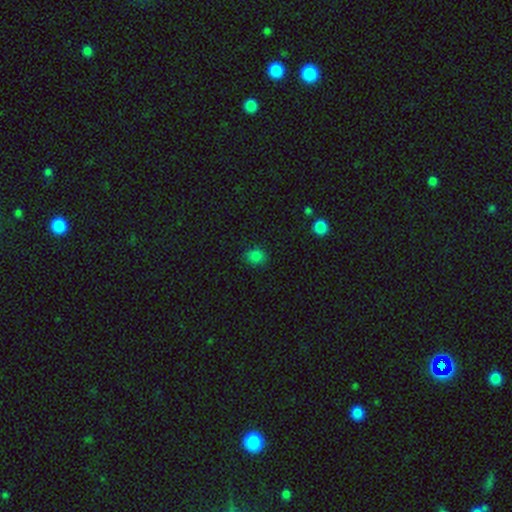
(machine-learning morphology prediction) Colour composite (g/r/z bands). It shows a smooth galaxy with no disk features (81%) that is round (63%). Merging: none (83%).